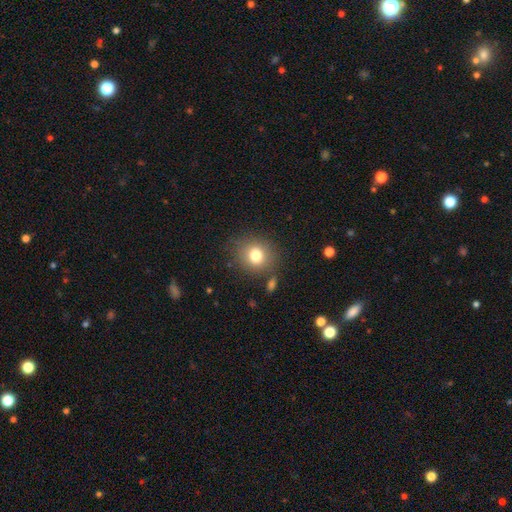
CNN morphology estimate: Smooth or featured? Predicted: smooth (p=0.78). How rounded? Predicted: round (p=0.78). Merging? Predicted: none (p=0.81).